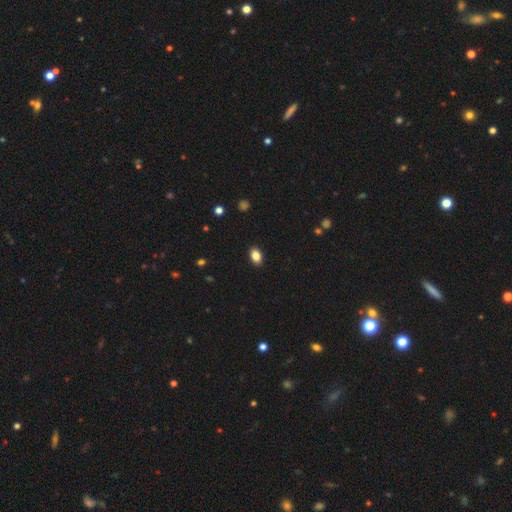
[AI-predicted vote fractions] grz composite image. It shows a smooth galaxy with no disk features (86%) that is in between round and cigar-shaped (85%). Merging: none (90%).